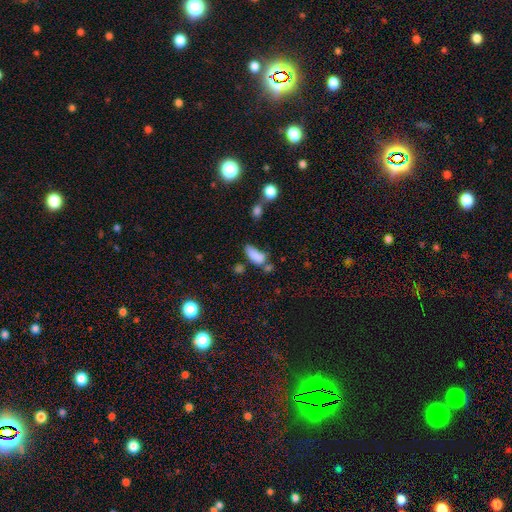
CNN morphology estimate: smooth 80%, star or artifact 10%, featured or disk 10%. Down the decision tree: how rounded — in between (80%); merging — none (38%).